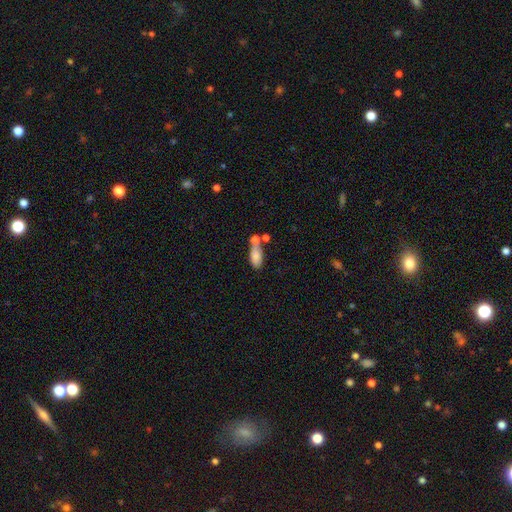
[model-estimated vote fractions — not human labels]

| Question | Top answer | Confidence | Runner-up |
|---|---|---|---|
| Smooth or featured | smooth | 80% | featured or disk (12%) |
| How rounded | in between | 87% | cigar-shaped (9%) |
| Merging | none | 43% | merger (34%) |